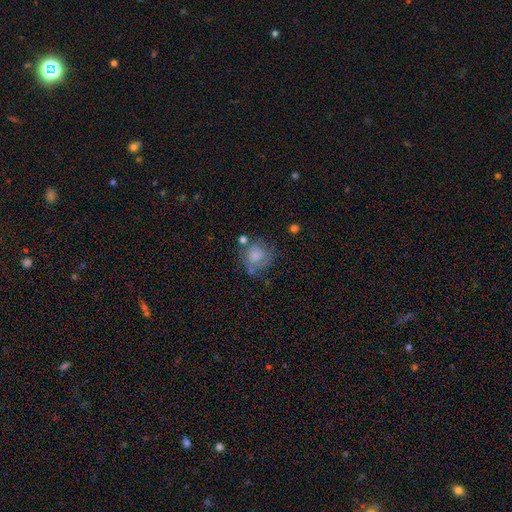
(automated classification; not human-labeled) Overall: smooth (62%; featured or disk 29%). How rounded: round (84%). Merging: none (54%; minor disturbance 23%).